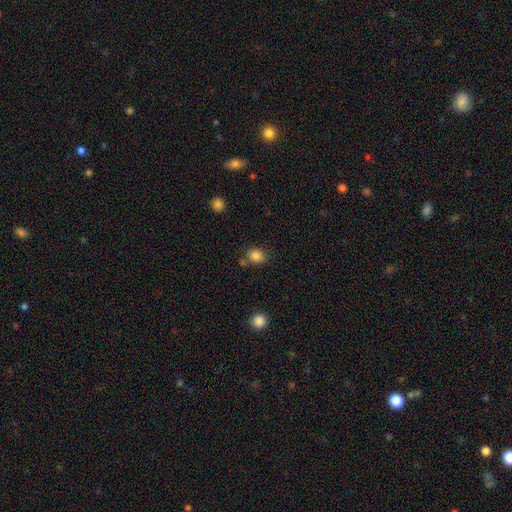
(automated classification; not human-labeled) This is clearly a smooth galaxy (84%). How rounded: likely round (61%). Merging: likely none (71%).